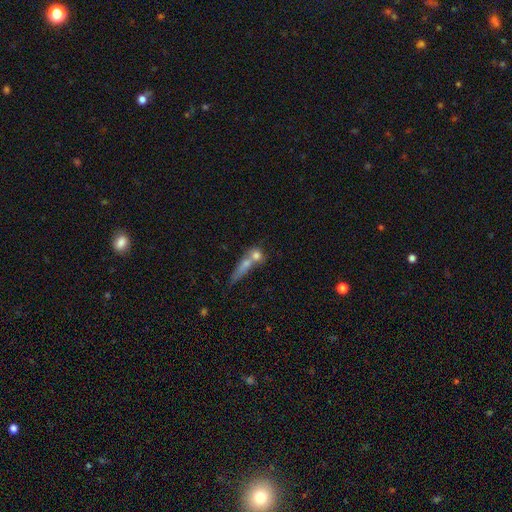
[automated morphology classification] Smooth or featured? smooth (67%)
How rounded? round (51%)
Merging? merger (51%)